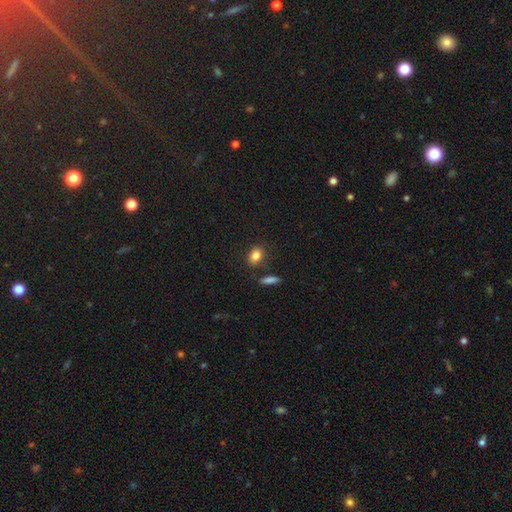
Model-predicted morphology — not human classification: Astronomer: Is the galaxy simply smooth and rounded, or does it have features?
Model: smooth — 85%.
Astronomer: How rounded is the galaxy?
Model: in between — 72%.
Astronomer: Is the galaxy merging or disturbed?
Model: none — 80%.